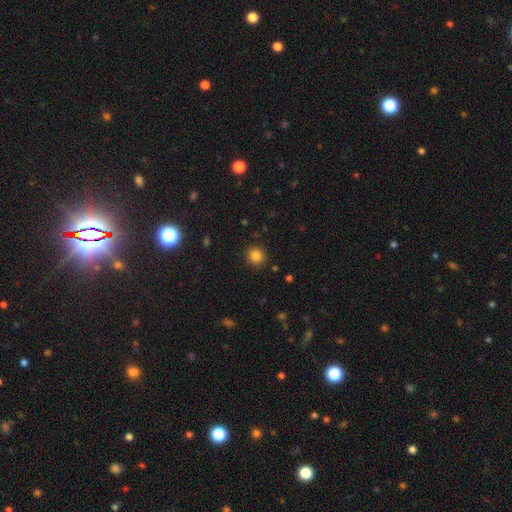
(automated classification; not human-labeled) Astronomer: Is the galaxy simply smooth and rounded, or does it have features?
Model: smooth — 84%.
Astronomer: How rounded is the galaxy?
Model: round — 90%.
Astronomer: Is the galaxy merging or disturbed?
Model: none — 90%.